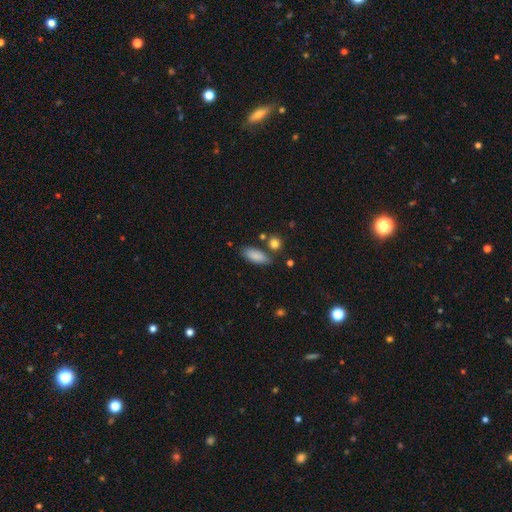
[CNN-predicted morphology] type=smooth (86%); roundness=in between (81%); merging=none (75%).